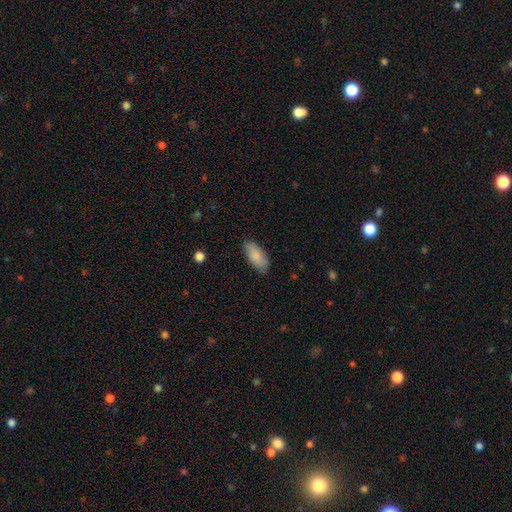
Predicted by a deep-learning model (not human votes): smooth-or-featured: smooth: 85% | featured or disk: 9% | star or artifact: 6%
  how-rounded: in between: 90% | cigar-shaped: 8% | round: 2%
  merging: none: 81% | minor disturbance: 15% | major disturbance: 3% | merger: 1%